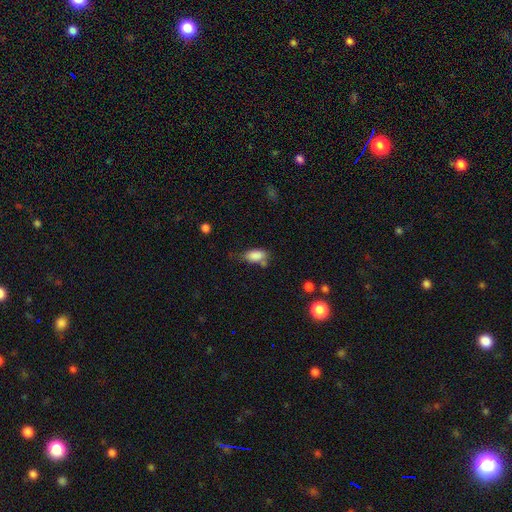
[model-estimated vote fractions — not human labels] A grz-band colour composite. It shows a smooth galaxy with no disk features (84%) that is in between round and cigar-shaped (90%). Merging: none (48%).